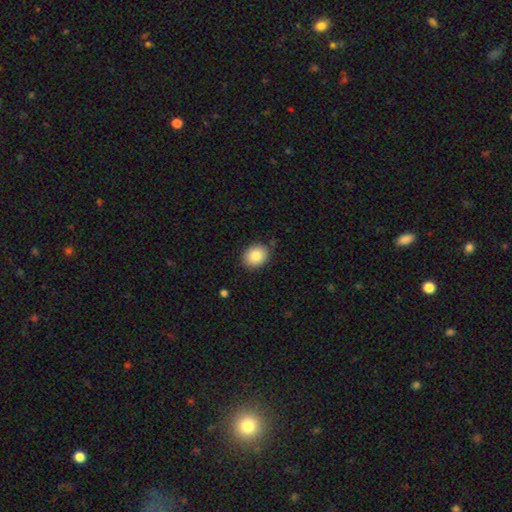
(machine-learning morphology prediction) Q: Smooth or featured?
A: smooth (86%); runner-up: star or artifact (8%)
Q: How rounded?
A: round (50%); runner-up: in between (49%)
Q: Merging?
A: none (82%); runner-up: minor disturbance (13%)